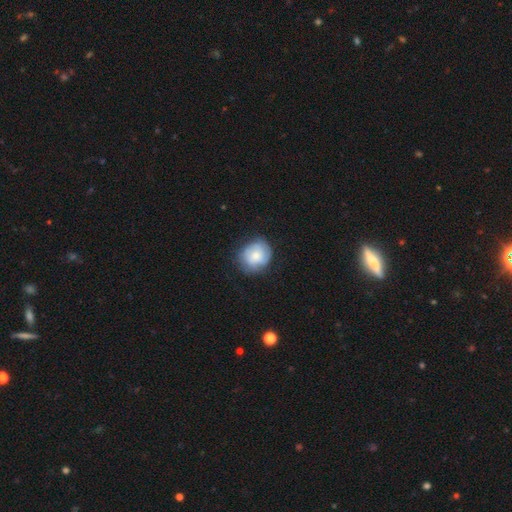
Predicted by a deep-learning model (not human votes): This is possibly a smooth galaxy (54%). How rounded: likely round (77%). Merging: likely none (73%).